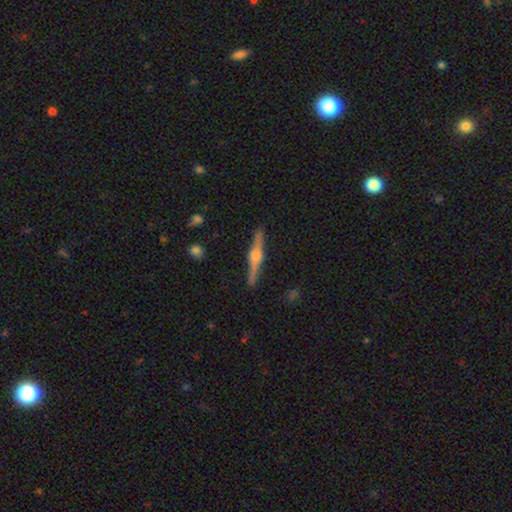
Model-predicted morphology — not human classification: Q: Smooth or featured?
A: featured or disk (81%); runner-up: smooth (14%)
Q: Edge-on disk?
A: yes (98%); runner-up: no (2%)
Q: Edge-on bulge?
A: rounded (92%); runner-up: boxy (6%)
Q: Merging?
A: none (91%); runner-up: minor disturbance (7%)